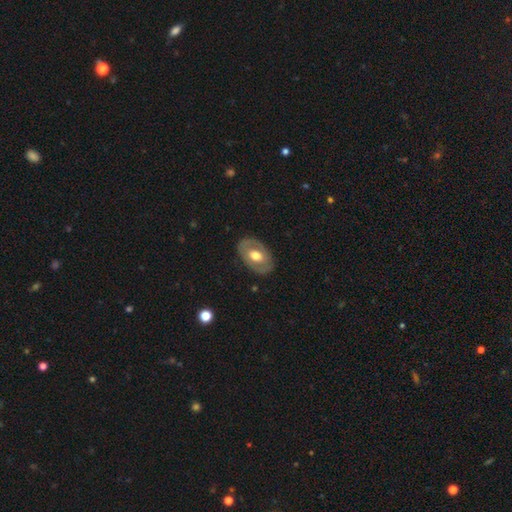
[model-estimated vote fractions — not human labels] Smooth or featured? featured or disk (49%)
Merging? none (83%)